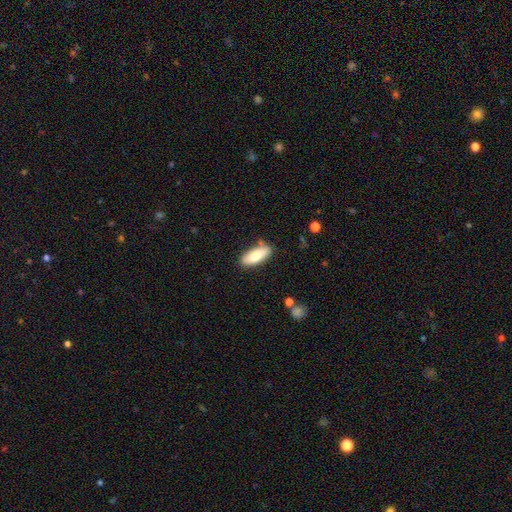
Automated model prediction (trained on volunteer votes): smooth 76%, featured or disk 18%, star or artifact 6%. Down the decision tree: how rounded — in between (77%); merging — none (79%).